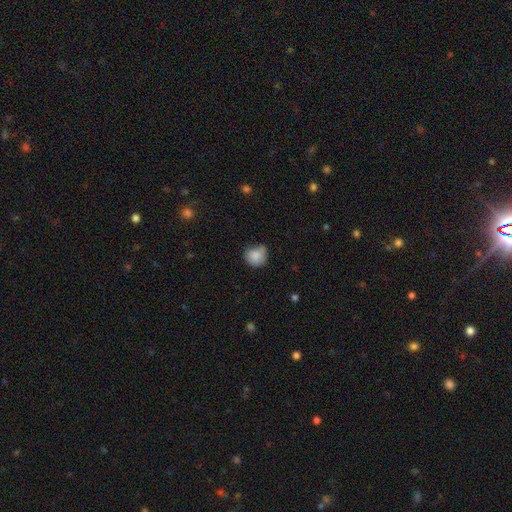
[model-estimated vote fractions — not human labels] Smooth or featured? Predicted: smooth (p=0.83). How rounded? Predicted: round (p=0.82). Merging? Predicted: none (p=0.53).